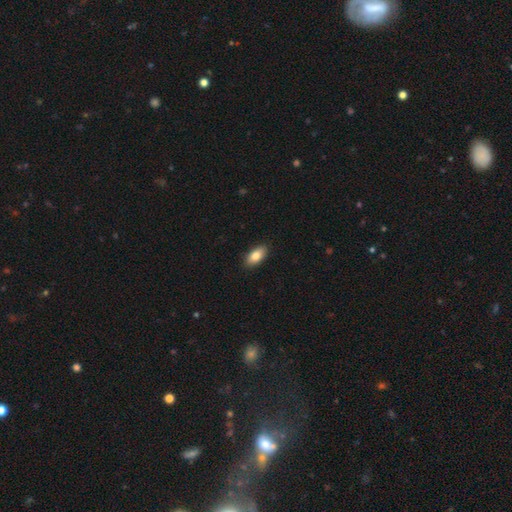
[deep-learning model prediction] smooth-or-featured: smooth: 84% | featured or disk: 10% | star or artifact: 7%
  how-rounded: in between: 91% | cigar-shaped: 6% | round: 3%
  merging: none: 89% | minor disturbance: 8% | major disturbance: 2% | merger: 1%